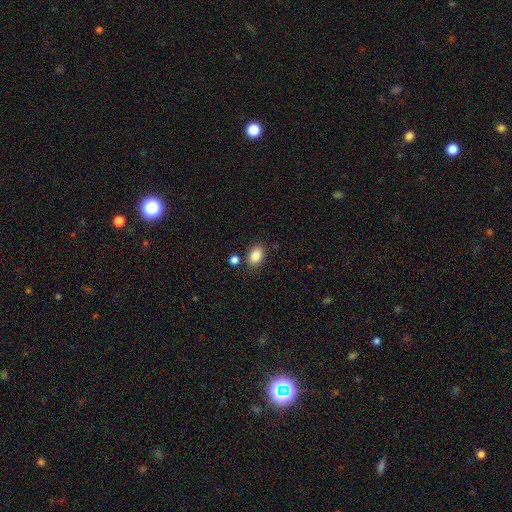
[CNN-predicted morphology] type=smooth (84%); roundness=in between (83%); merging=none (80%).